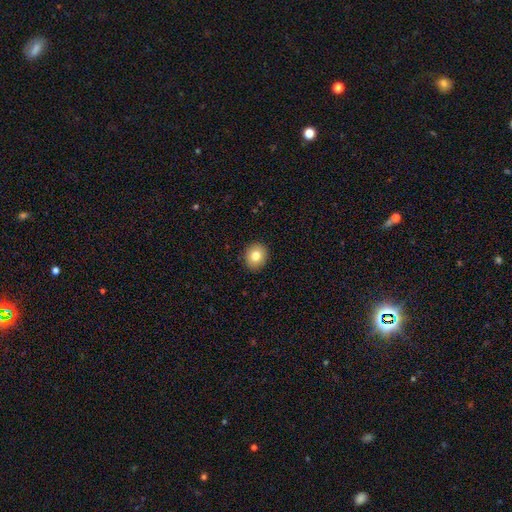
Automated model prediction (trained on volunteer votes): A smooth galaxy with no disk features (79%) that is round (80%). Merging: none (91%).